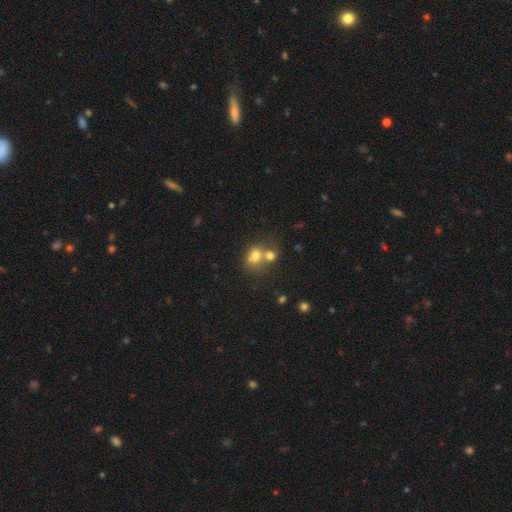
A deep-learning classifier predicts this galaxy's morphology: Overall: smooth (69%). How rounded: round (63%; in between 36%). Merging: merger (61%; none 27%).